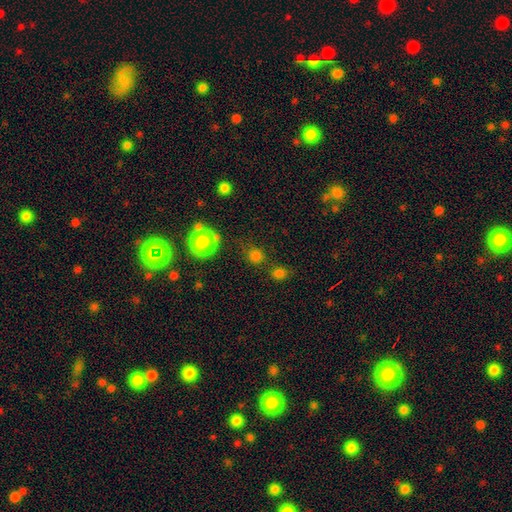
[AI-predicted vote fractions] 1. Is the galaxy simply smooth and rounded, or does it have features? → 73% smooth, 22% star or artifact, 5% featured or disk.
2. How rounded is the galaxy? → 86% round, 13% in between, 1% cigar-shaped.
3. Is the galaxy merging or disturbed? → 72% none, 13% minor disturbance, 10% merger, 5% major disturbance.